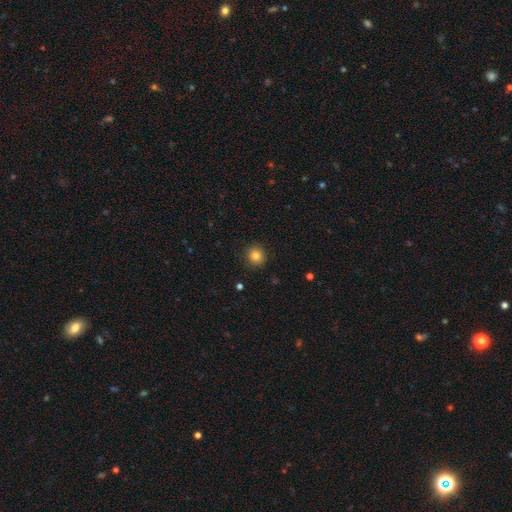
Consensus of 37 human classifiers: A smooth galaxy with no disk features (97%) that is round (86%). Merging: none (89%).